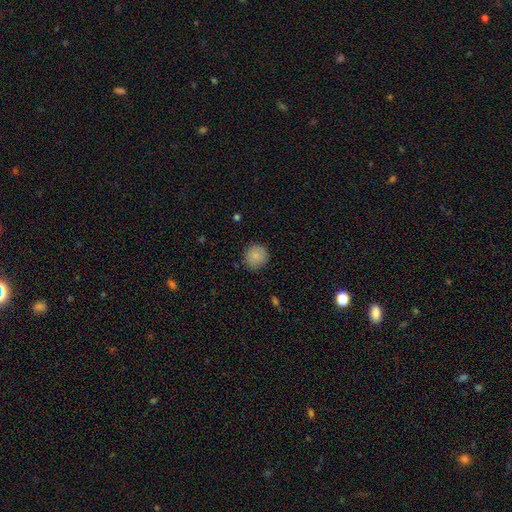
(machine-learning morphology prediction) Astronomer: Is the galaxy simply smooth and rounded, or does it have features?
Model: smooth — 86%.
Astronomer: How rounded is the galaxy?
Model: round — 93%.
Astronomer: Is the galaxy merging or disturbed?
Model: none — 86%.